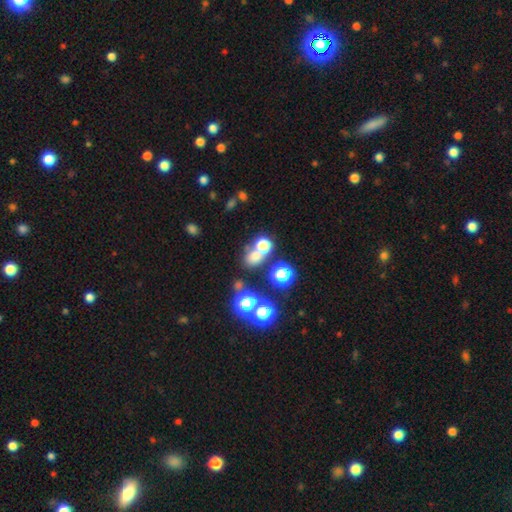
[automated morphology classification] smooth 63%, star or artifact 28%, featured or disk 9%. Down the decision tree: how rounded — round (64%); merging — none (57%).